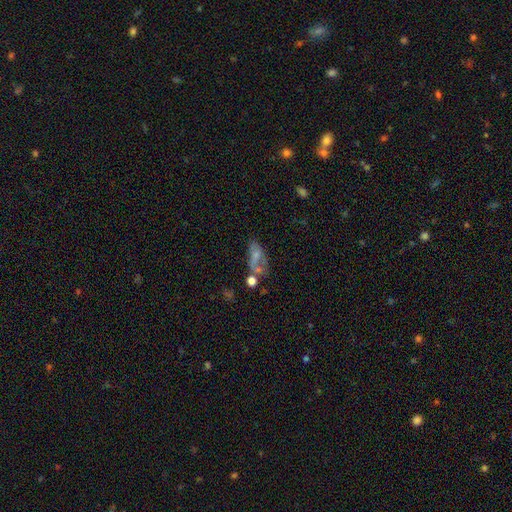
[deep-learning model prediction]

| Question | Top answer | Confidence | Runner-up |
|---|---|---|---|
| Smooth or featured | smooth | 55% | featured or disk (32%) |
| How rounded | in between | 82% | cigar-shaped (9%) |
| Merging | merger | 29% | none (27%) |